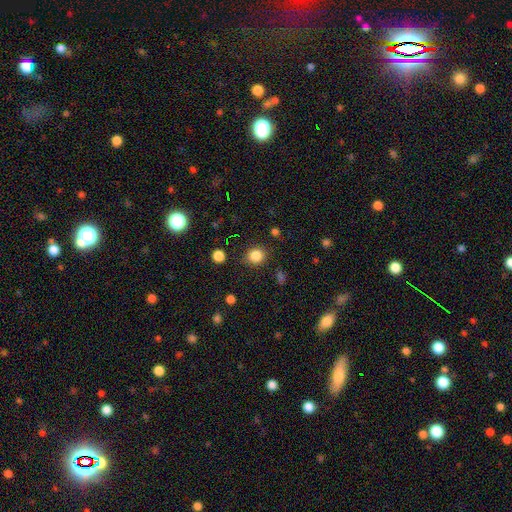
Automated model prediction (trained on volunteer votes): A smooth galaxy with no disk features (83%) that is round (79%). Merging: none (86%).